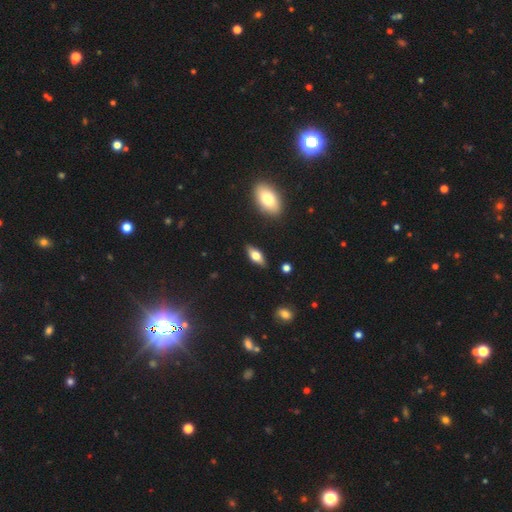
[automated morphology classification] Smooth or featured?
  - smooth: 56% *
  - featured or disk: 37%
  - star or artifact: 7%
How rounded?
  - in between: 74% *
  - cigar-shaped: 22%
  - round: 4%
Merging?
  - none: 86% *
  - minor disturbance: 10%
  - major disturbance: 2%
  - merger: 2%